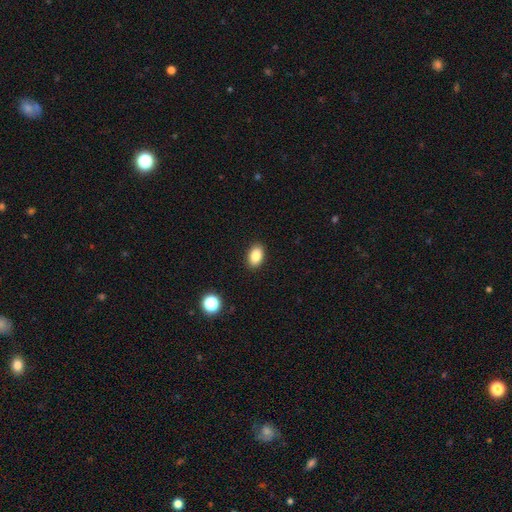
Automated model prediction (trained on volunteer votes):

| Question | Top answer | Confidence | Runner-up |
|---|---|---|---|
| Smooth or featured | smooth | 85% | star or artifact (9%) |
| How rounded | in between | 87% | round (12%) |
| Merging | none | 90% | minor disturbance (7%) |